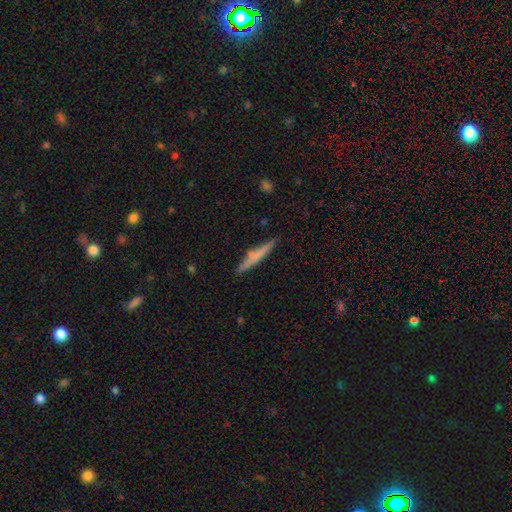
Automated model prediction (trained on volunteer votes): Q: Smooth or featured?
A: smooth (56%); runner-up: featured or disk (38%)
Q: How rounded?
A: cigar-shaped (94%); runner-up: in between (4%)
Q: Merging?
A: none (82%); runner-up: minor disturbance (12%)